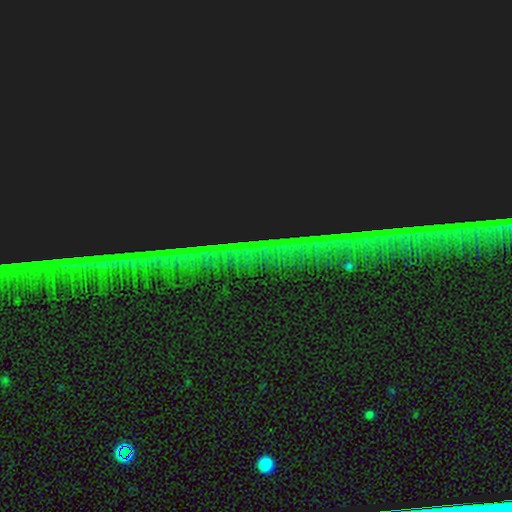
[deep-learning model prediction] Morphology: type=star or artifact (86%).